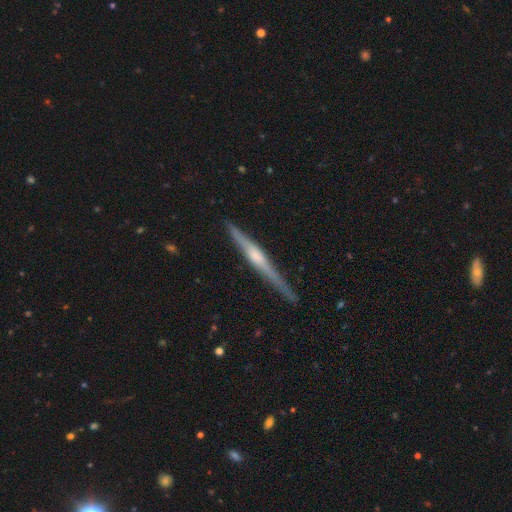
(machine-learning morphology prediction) A featured or disk galaxy (79%) viewed edge-on (98%) with a rounded central bulge (69%).

Vote fractions:
- Smooth or featured? featured or disk: 79% / smooth: 15% / star or artifact: 5%
- Edge-on disk? yes: 98% / no: 2%
- Edge-on bulge? rounded: 69% / boxy: 17% / none: 14%
- Merging? none: 88% / minor disturbance: 9% / major disturbance: 2% / merger: 1%